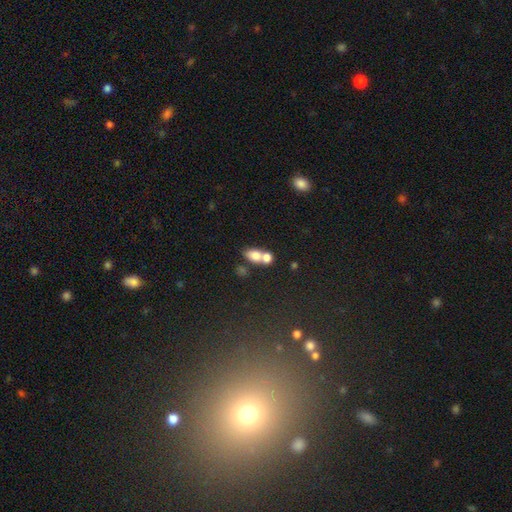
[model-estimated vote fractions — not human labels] Smooth or featured? Predicted: smooth (p=0.74). How rounded? Predicted: in between (p=0.76). Merging? Predicted: merger (p=0.60).